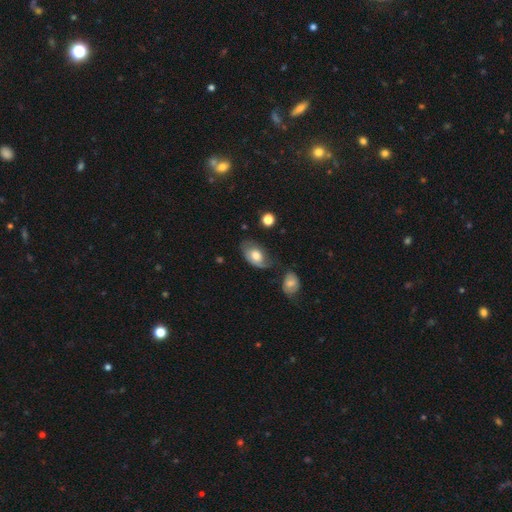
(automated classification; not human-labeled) A smooth galaxy with no disk features (55%) that is in between round and cigar-shaped (88%).

Vote fractions:
- Smooth or featured? smooth: 55% / featured or disk: 38% / star or artifact: 7%
- How rounded? in between: 88% / round: 10% / cigar-shaped: 1%
- Merging? none: 46% / minor disturbance: 30% / major disturbance: 16% / merger: 7%